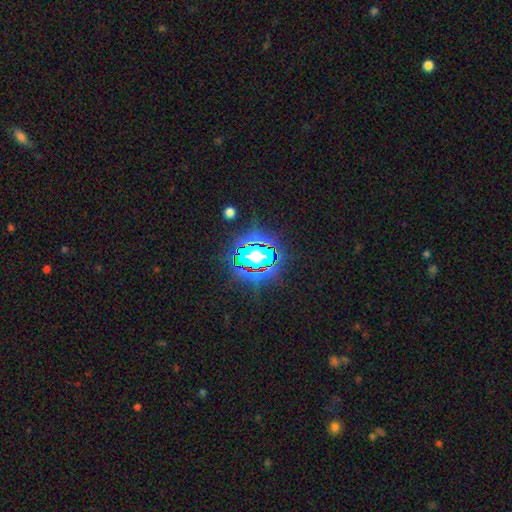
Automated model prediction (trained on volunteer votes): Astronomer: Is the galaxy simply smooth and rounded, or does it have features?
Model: star or artifact — 65%.